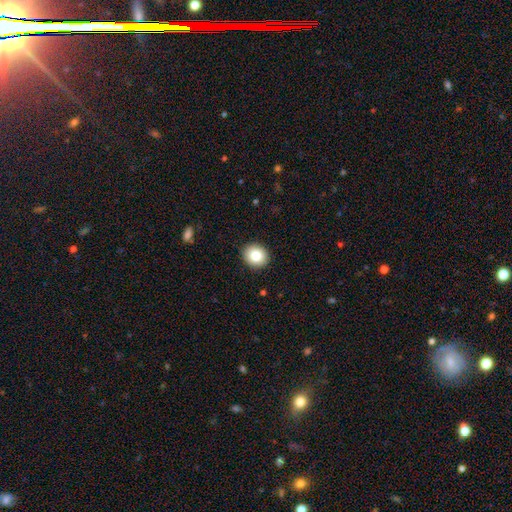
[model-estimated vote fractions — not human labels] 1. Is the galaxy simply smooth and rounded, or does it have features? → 82% smooth, 9% star or artifact, 8% featured or disk.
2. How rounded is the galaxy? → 79% round, 20% in between, 1% cigar-shaped.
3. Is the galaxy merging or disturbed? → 92% none, 6% minor disturbance, 2% major disturbance, 1% merger.